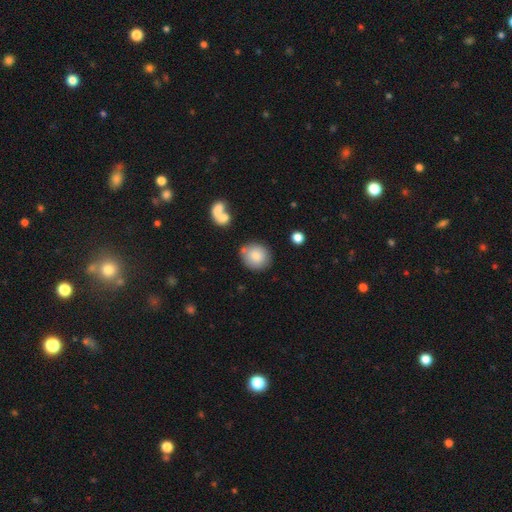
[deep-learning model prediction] Overall: smooth (80%). How rounded: round (85%). Merging: none (76%).